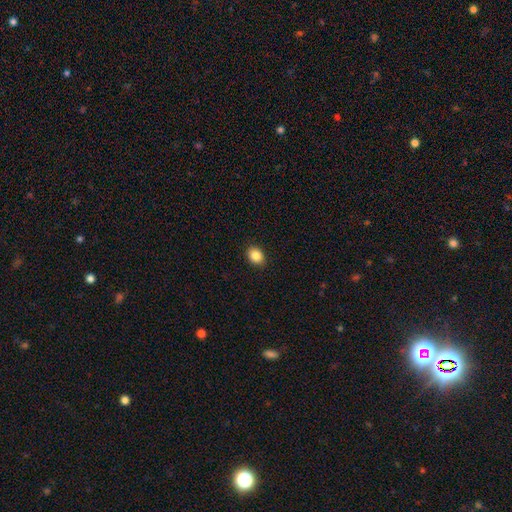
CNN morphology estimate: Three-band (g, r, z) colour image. It shows a smooth galaxy with no disk features (86%) that is in between round and cigar-shaped (61%). Merging: none (90%).